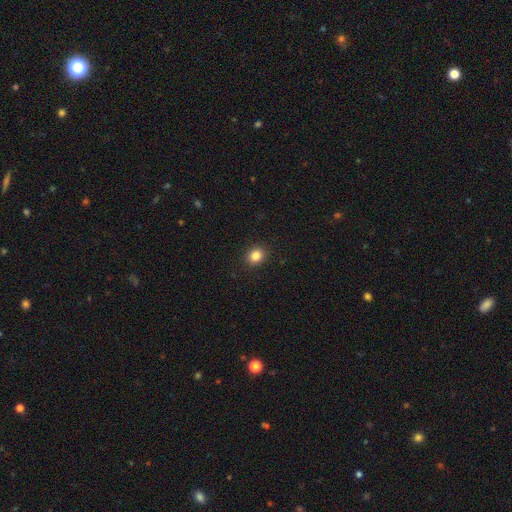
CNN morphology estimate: This is clearly a smooth galaxy (85%). How rounded: likely round (62%). Merging: clearly none (91%).